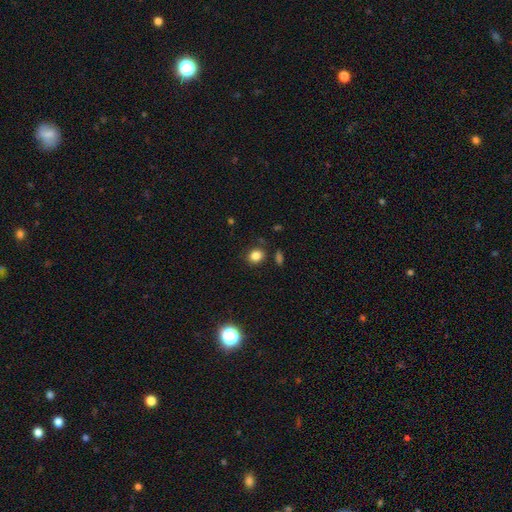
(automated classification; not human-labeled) A smooth galaxy with no disk features (83%) that is round (61%). Merging: none (84%).